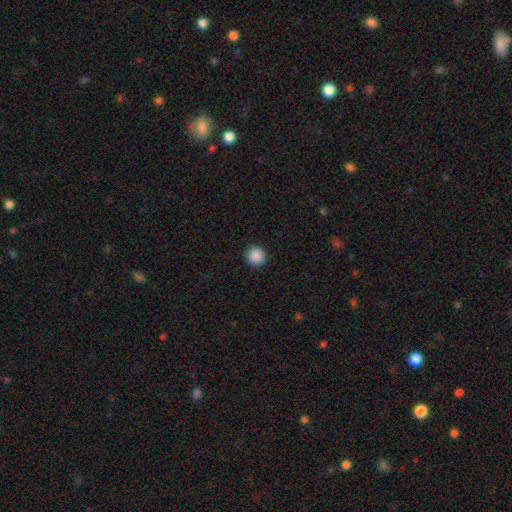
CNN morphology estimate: The model was most divided on "smooth or featured": smooth: 89%, star or artifact: 9%, featured or disk: 2%. More confident: how rounded — round (94%); merging — none (92%).